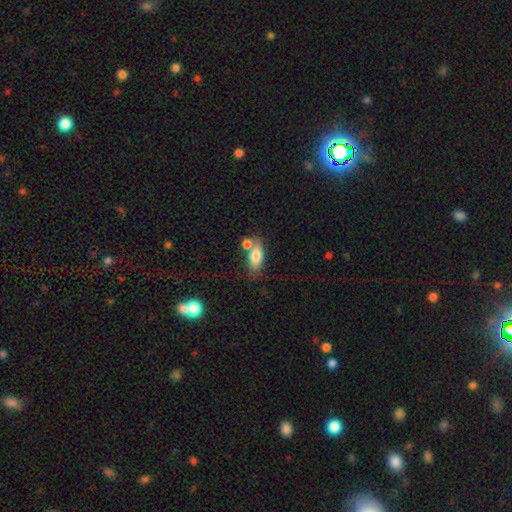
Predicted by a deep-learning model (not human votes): A smooth galaxy with no disk features (77%) that is in between round and cigar-shaped (80%). Merging: none (53%).